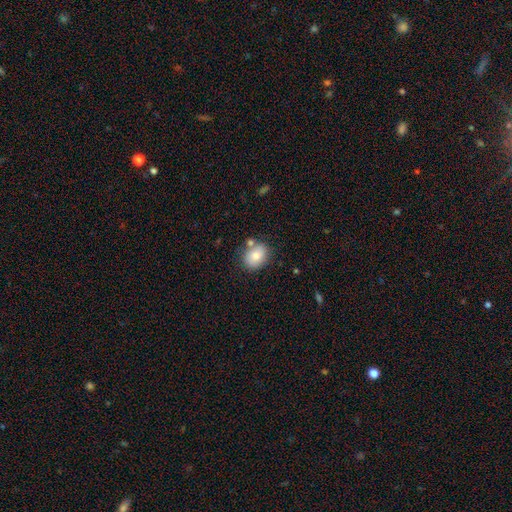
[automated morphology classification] type=smooth (79%); roundness=in between (56%); merging=none (71%).